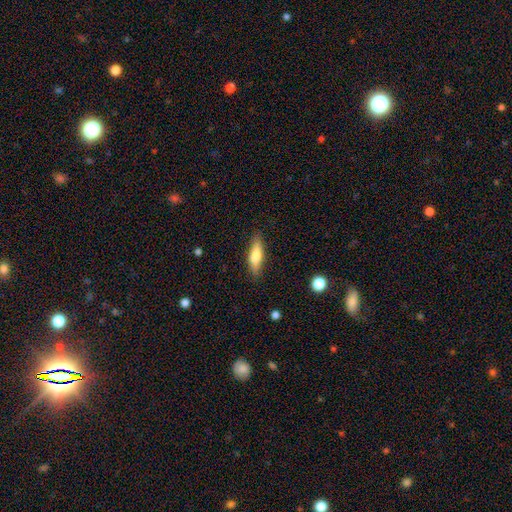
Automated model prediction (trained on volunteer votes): A smooth galaxy with no disk features (70%) that is cigar-shaped (63%).

Vote fractions:
- Smooth or featured? smooth: 70% / featured or disk: 24% / star or artifact: 6%
- How rounded? cigar-shaped: 63% / in between: 35% / round: 2%
- Merging? none: 85% / minor disturbance: 11% / major disturbance: 3% / merger: 1%